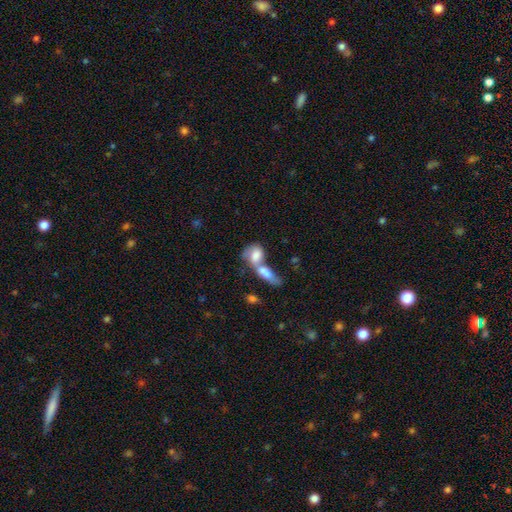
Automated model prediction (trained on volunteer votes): Overall: smooth (66%). How rounded: in between (76%). Merging: merger (76%).